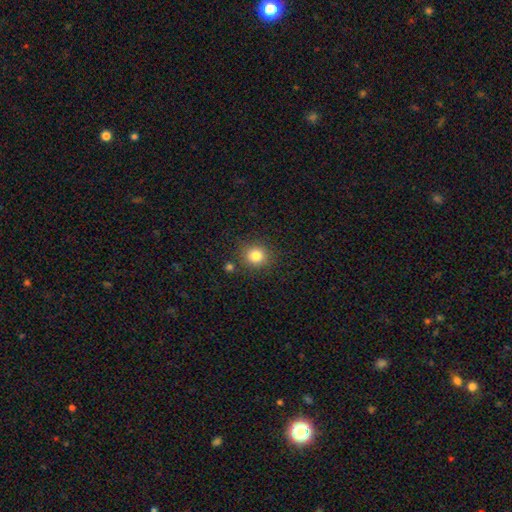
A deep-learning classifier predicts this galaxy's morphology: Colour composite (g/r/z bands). It shows a smooth galaxy with no disk features (82%) that is round (87%). Merging: none (85%).